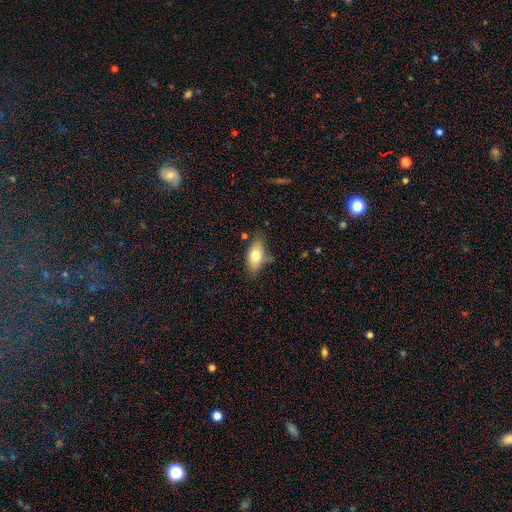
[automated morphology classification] Smooth or featured: smooth — 74% (featured or disk — 19%)
How rounded: in between — 88% (cigar-shaped — 7%)
Merging: none — 72% (minor disturbance — 20%)